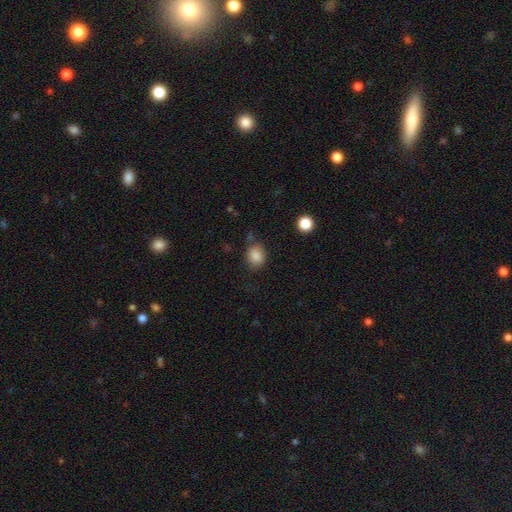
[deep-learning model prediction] A smooth galaxy with no disk features (86%) that is round (61%).

Vote fractions:
- Smooth or featured? smooth: 86% / star or artifact: 10% / featured or disk: 4%
- How rounded? round: 61% / in between: 38% / cigar-shaped: 1%
- Merging? none: 74% / minor disturbance: 16% / major disturbance: 5% / merger: 5%